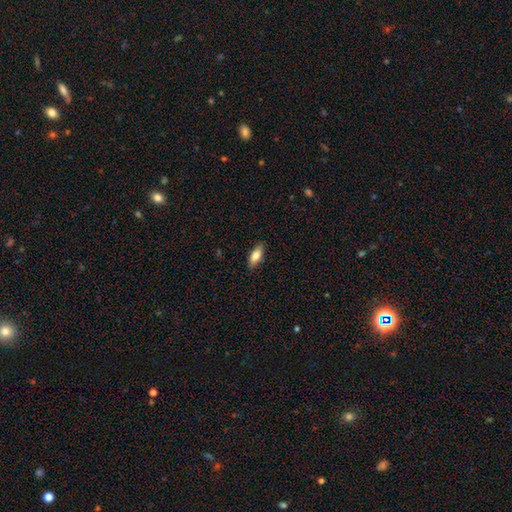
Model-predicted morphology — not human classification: smooth 79%, featured or disk 15%, star or artifact 7%. Down the decision tree: how rounded — in between (78%); merging — none (85%).